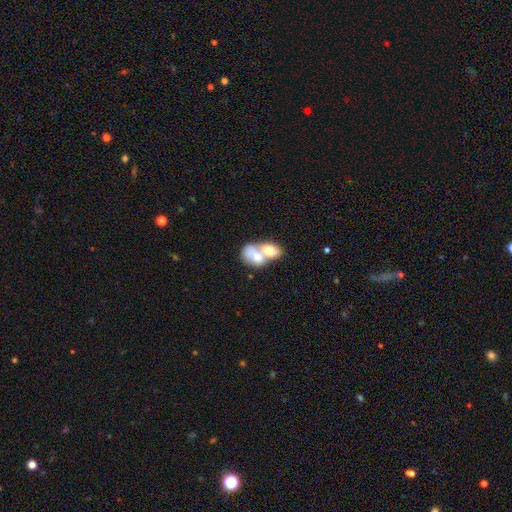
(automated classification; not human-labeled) smooth-or-featured: smooth: 66% | featured or disk: 27% | star or artifact: 7%
  how-rounded: in between: 84% | round: 13% | cigar-shaped: 3%
  merging: merger: 77% | none: 12% | minor disturbance: 6% | major disturbance: 5%